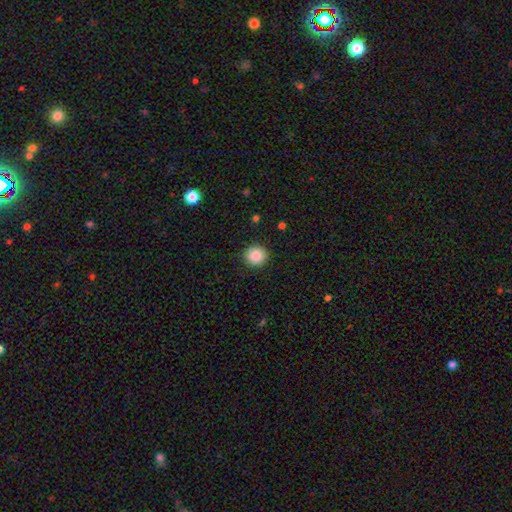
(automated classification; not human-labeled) A smooth galaxy with no disk features (88%) that is round (90%). Merging: none (91%).